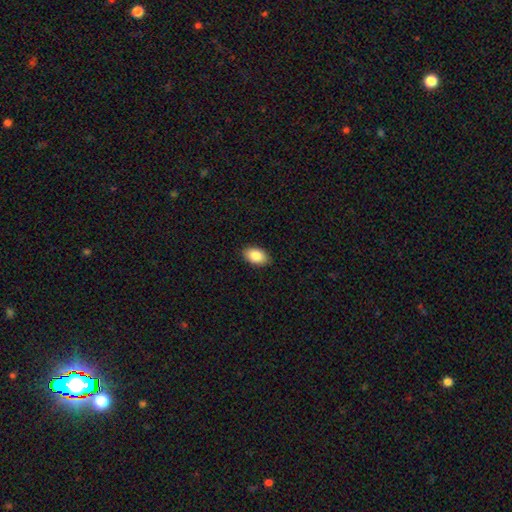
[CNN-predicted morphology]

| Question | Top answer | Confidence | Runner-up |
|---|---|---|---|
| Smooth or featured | smooth | 86% | featured or disk (7%) |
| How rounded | in between | 92% | round (7%) |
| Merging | none | 89% | minor disturbance (8%) |